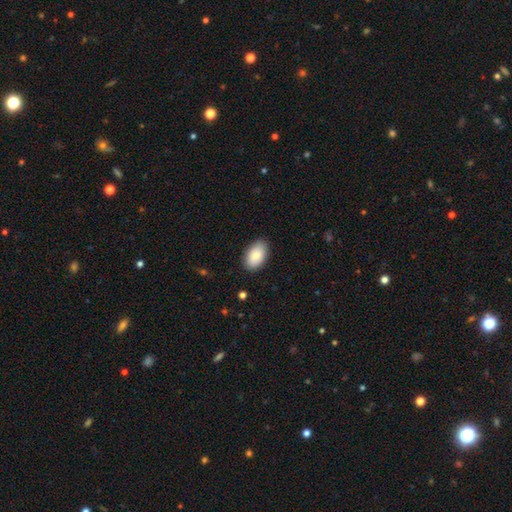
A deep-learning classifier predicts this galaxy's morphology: Smooth or featured: smooth — 88% (featured or disk — 6%)
How rounded: in between — 94% (round — 5%)
Merging: none — 86% (minor disturbance — 11%)